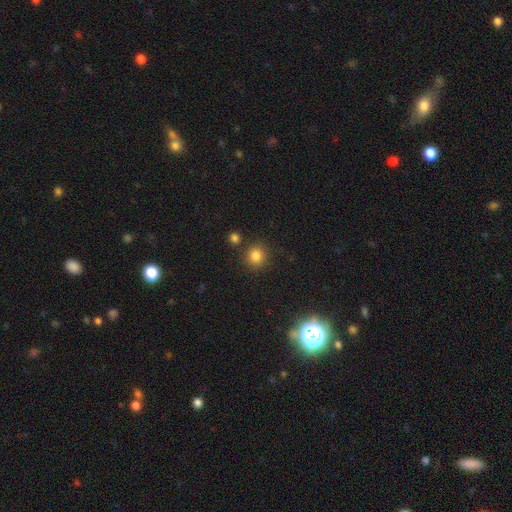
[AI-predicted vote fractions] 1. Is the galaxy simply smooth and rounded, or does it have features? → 83% smooth, 12% star or artifact, 5% featured or disk.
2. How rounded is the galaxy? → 86% round, 13% in between, 1% cigar-shaped.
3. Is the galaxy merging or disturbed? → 82% none, 9% minor disturbance, 6% merger, 3% major disturbance.